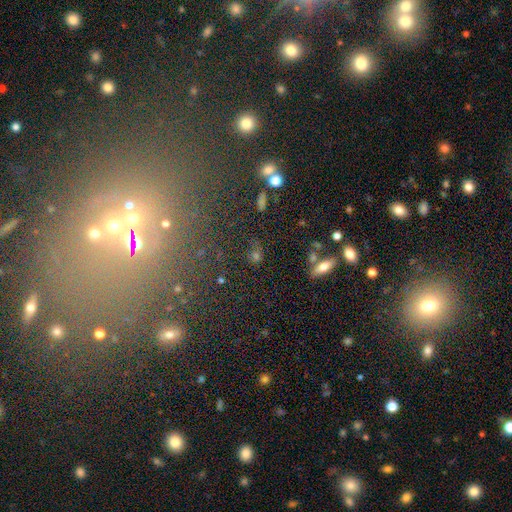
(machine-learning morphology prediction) Smooth or featured?
  - smooth: 55% *
  - star or artifact: 29%
  - featured or disk: 16%
How rounded?
  - round: 53% *
  - in between: 38%
  - cigar-shaped: 9%
Merging?
  - none: 73% *
  - minor disturbance: 12%
  - merger: 8%
  - major disturbance: 6%